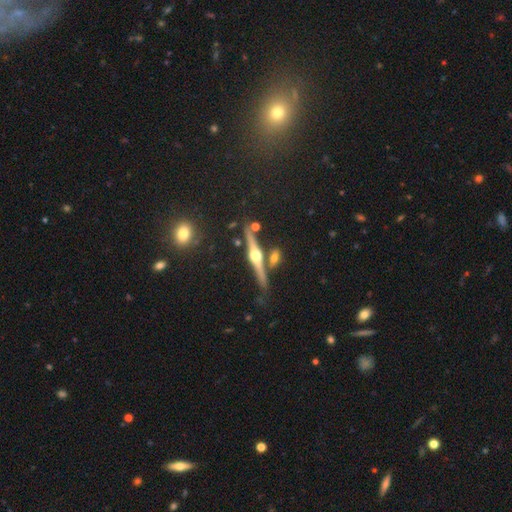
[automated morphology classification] Q: Smooth or featured?
A: featured or disk (82%); runner-up: smooth (11%)
Q: Edge-on disk?
A: yes (97%); runner-up: no (3%)
Q: Edge-on bulge?
A: rounded (95%); runner-up: boxy (3%)
Q: Merging?
A: none (78%); runner-up: minor disturbance (10%)